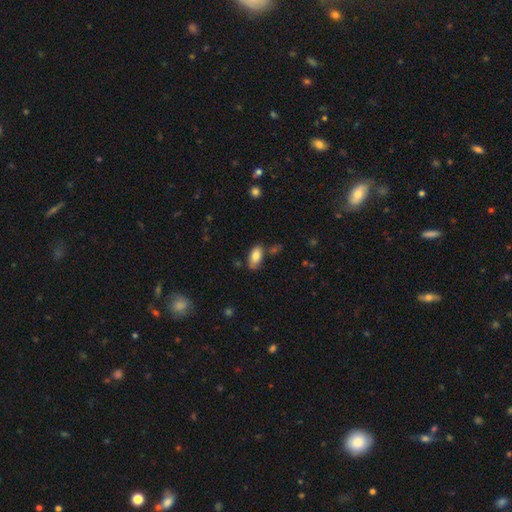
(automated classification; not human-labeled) smooth 83%, featured or disk 10%, star or artifact 7%. Down the decision tree: how rounded — in between (91%); merging — none (68%).